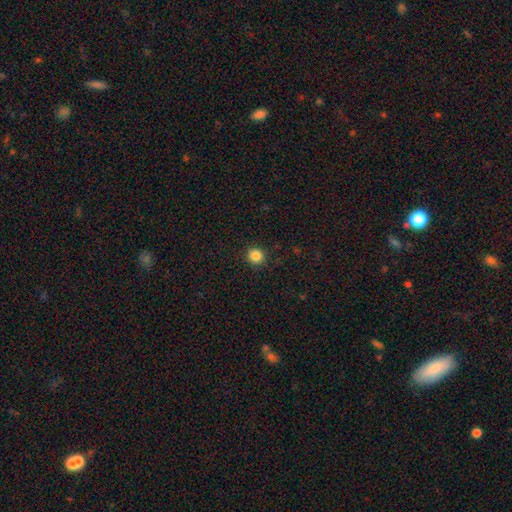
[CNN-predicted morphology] A smooth galaxy with no disk features (85%) that is round (93%).

Vote fractions:
- Smooth or featured? smooth: 85% / star or artifact: 11% / featured or disk: 4%
- How rounded? round: 93% / in between: 6% / cigar-shaped: 1%
- Merging? none: 91% / minor disturbance: 6% / major disturbance: 2% / merger: 1%